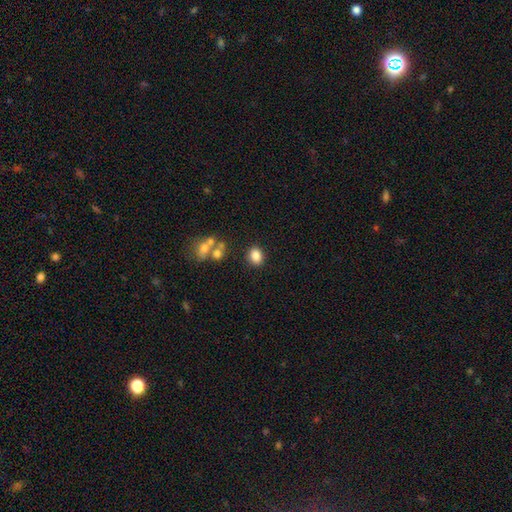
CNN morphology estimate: Smooth or featured?
  - smooth: 83% *
  - star or artifact: 10%
  - featured or disk: 7%
How rounded?
  - in between: 53% *
  - round: 46%
  - cigar-shaped: 1%
Merging?
  - none: 81% *
  - minor disturbance: 10%
  - merger: 6%
  - major disturbance: 4%